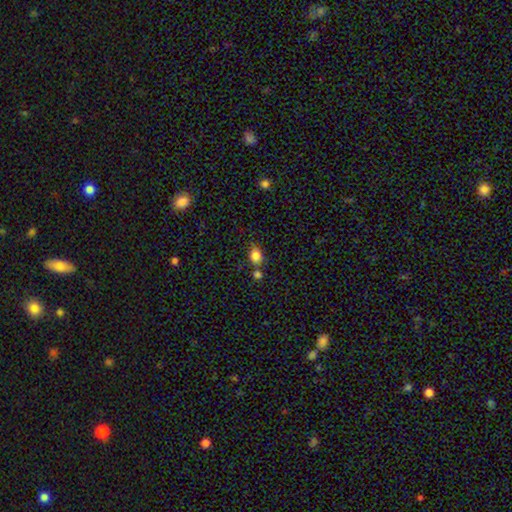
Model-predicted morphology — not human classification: A smooth galaxy with no disk features (82%) that is in between round and cigar-shaped (59%).

Vote fractions:
- Smooth or featured? smooth: 82% / star or artifact: 11% / featured or disk: 7%
- How rounded? in between: 59% / round: 40% / cigar-shaped: 2%
- Merging? none: 55% / merger: 23% / minor disturbance: 17% / major disturbance: 5%